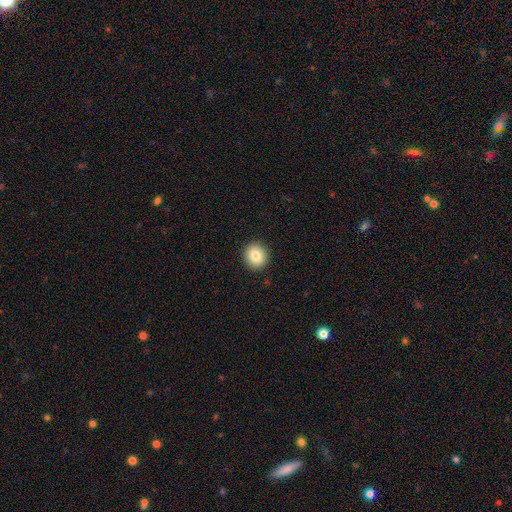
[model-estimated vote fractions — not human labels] Q: Smooth or featured?
A: smooth (82%); runner-up: star or artifact (9%)
Q: How rounded?
A: round (85%); runner-up: in between (14%)
Q: Merging?
A: none (92%); runner-up: minor disturbance (5%)